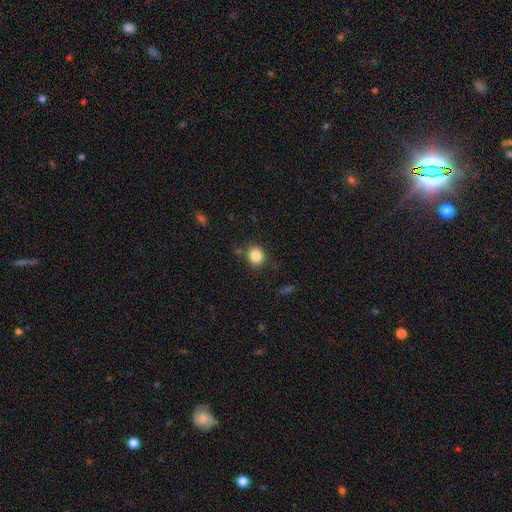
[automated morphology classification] Smooth or featured: smooth — 84% (star or artifact — 10%)
How rounded: round — 79% (in between — 20%)
Merging: none — 82% (minor disturbance — 11%)